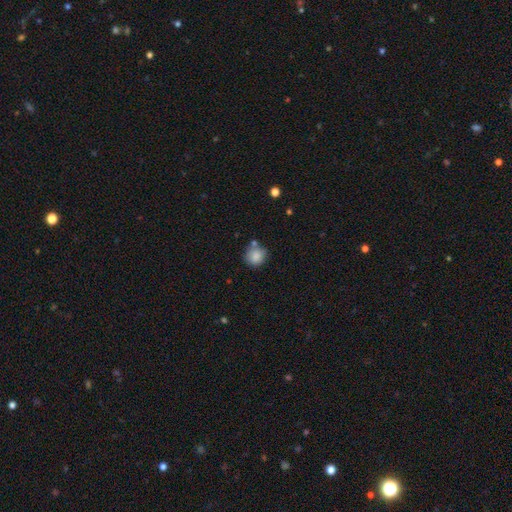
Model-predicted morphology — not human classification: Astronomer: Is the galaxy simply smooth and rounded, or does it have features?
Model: smooth — 86%.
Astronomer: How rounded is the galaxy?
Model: round — 88%.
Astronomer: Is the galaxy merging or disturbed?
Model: none — 70%.